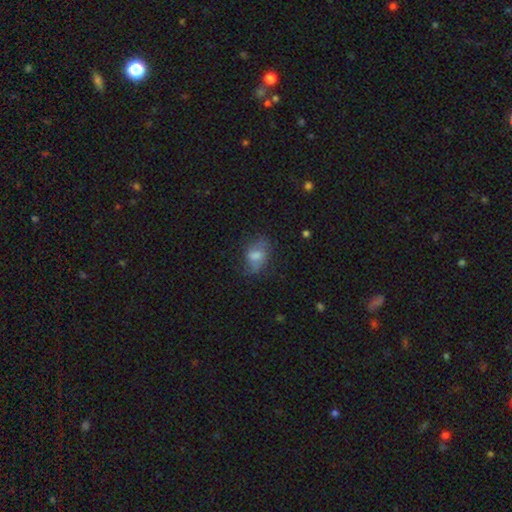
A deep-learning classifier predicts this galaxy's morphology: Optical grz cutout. It shows a smooth galaxy with no disk features (59%) that is in between round and cigar-shaped (79%). Merging: none (61%).